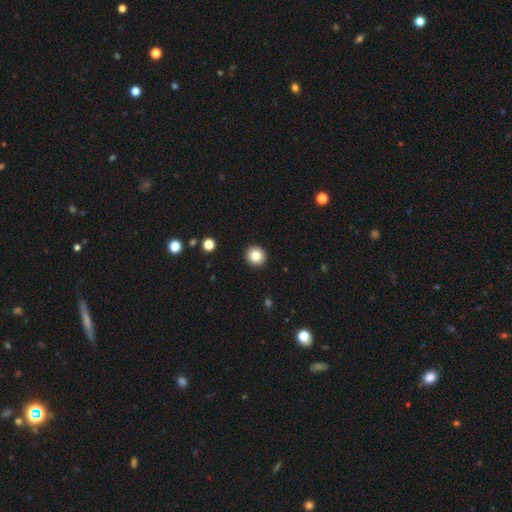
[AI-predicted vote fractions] Morphology: type=smooth (82%); roundness=round (91%); merging=none (93%).